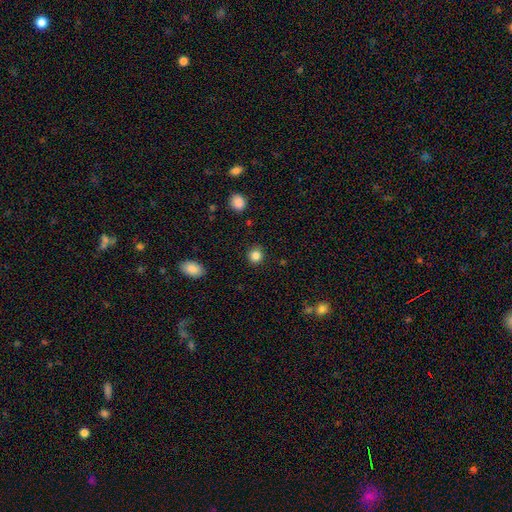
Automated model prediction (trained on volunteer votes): smooth_or_featured: smooth (p=0.85) [alt: star or artifact p=0.11]
how_rounded: round (p=0.89) [alt: in between p=0.10]
merging: none (p=0.90) [alt: minor disturbance p=0.06]